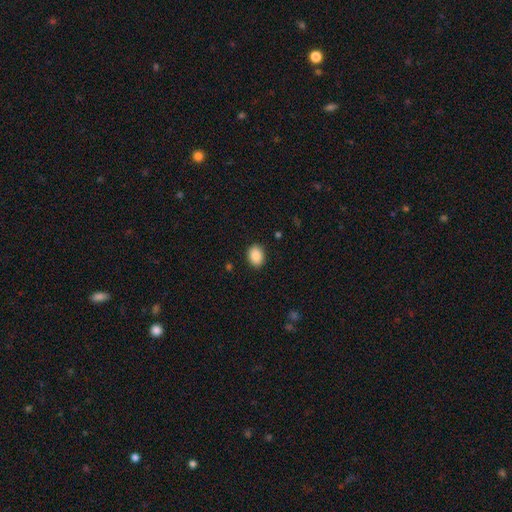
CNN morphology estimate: Smooth or featured?
  - smooth: 89% *
  - star or artifact: 7%
  - featured or disk: 3%
How rounded?
  - in between: 72% *
  - round: 27%
  - cigar-shaped: 1%
Merging?
  - none: 89% *
  - minor disturbance: 8%
  - major disturbance: 2%
  - merger: 1%